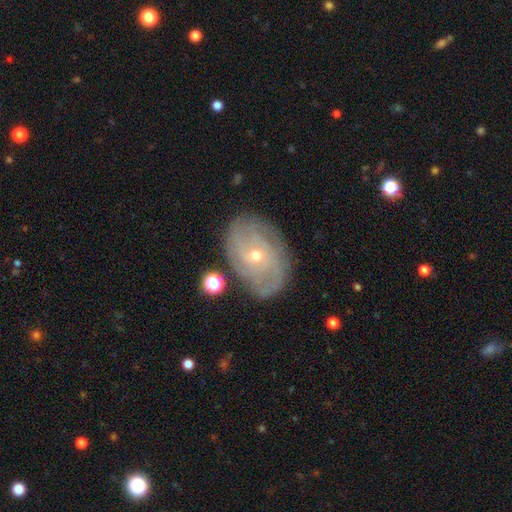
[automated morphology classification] This appears to be a featured or disk galaxy (78%) with no bar (73%), tight (66%) spiral arms (88%) and a small central bulge (63%). Merging: none (76%).